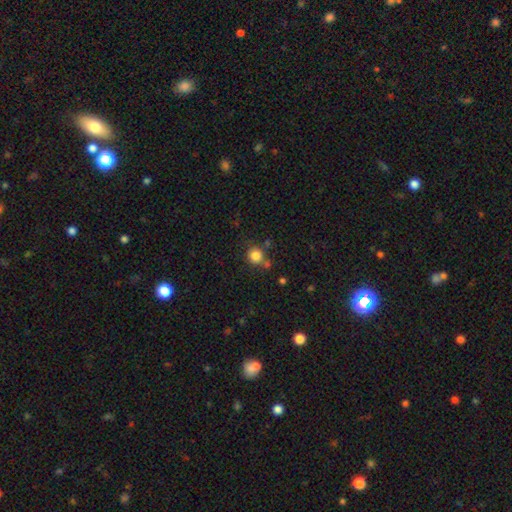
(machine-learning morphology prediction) Overall: smooth (83%). How rounded: round (91%). Merging: none (70%).